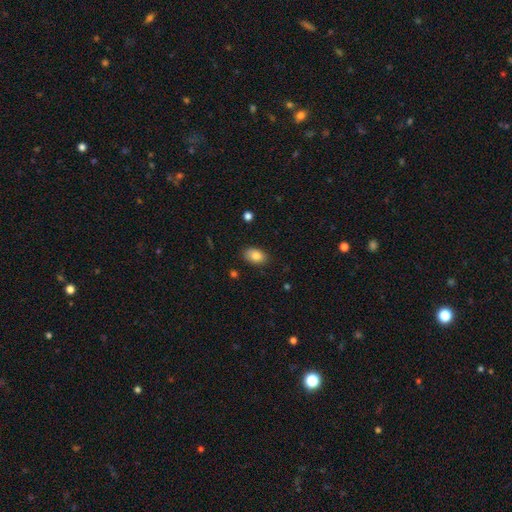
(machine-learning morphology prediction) Smooth or featured? Predicted: smooth (p=0.85). How rounded? Predicted: in between (p=0.88). Merging? Predicted: none (p=0.83).